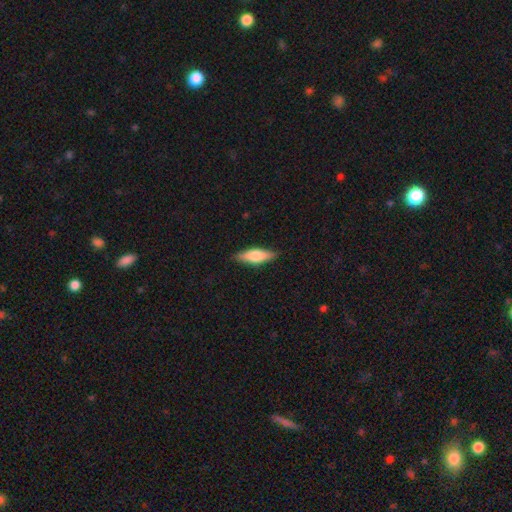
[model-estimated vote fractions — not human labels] A smooth galaxy with no disk features (65%) that is in between round and cigar-shaped (52%).

Vote fractions:
- Smooth or featured? smooth: 65% / featured or disk: 29% / star or artifact: 6%
- How rounded? in between: 52% / cigar-shaped: 46% / round: 2%
- Merging? none: 87% / minor disturbance: 10% / major disturbance: 2% / merger: 1%